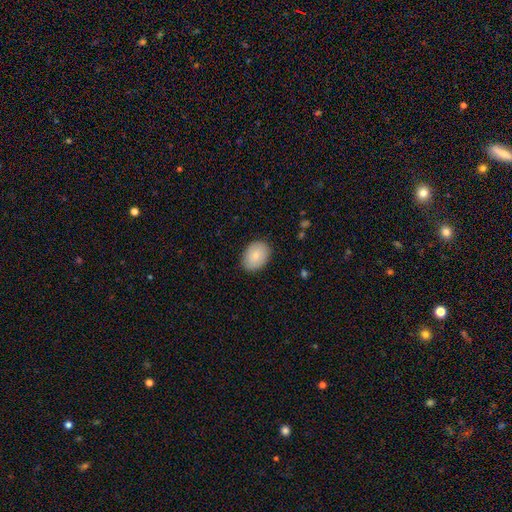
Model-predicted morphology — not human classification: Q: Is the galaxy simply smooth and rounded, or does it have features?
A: smooth — 83%.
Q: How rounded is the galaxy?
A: in between — 73%.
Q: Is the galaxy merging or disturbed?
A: none — 86%.